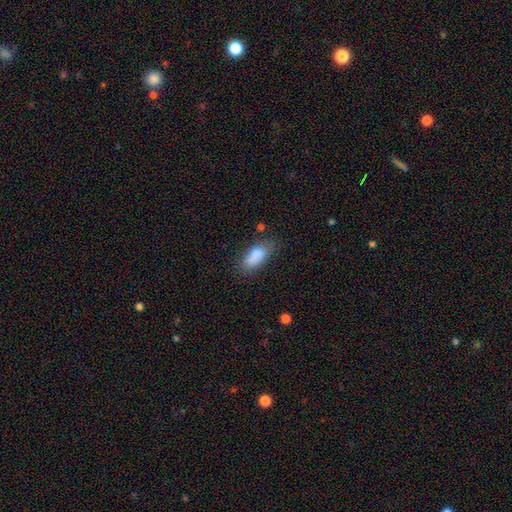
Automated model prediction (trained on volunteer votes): Smooth or featured? smooth (86%)
How rounded? in between (83%)
Merging? none (69%)